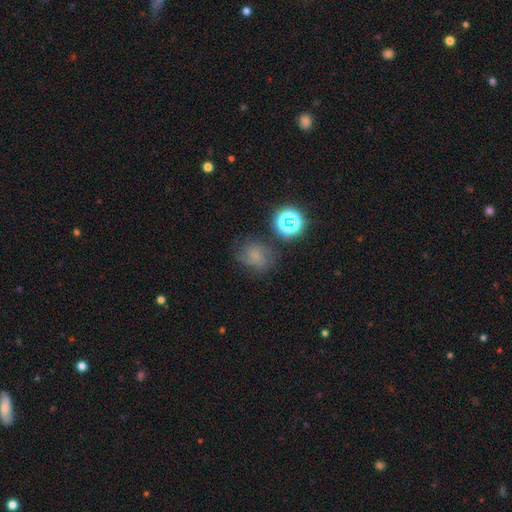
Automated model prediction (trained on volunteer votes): smooth_or_featured: smooth (p=0.52) [alt: featured or disk p=0.25]
how_rounded: round (p=0.63) [alt: in between p=0.36]
merging: none (p=0.64) [alt: minor disturbance p=0.22]